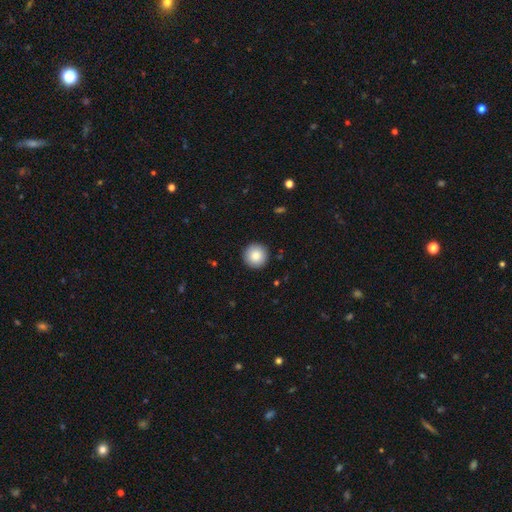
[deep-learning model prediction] smooth 86%, star or artifact 8%, featured or disk 6%. Down the decision tree: how rounded — round (96%); merging — none (92%).